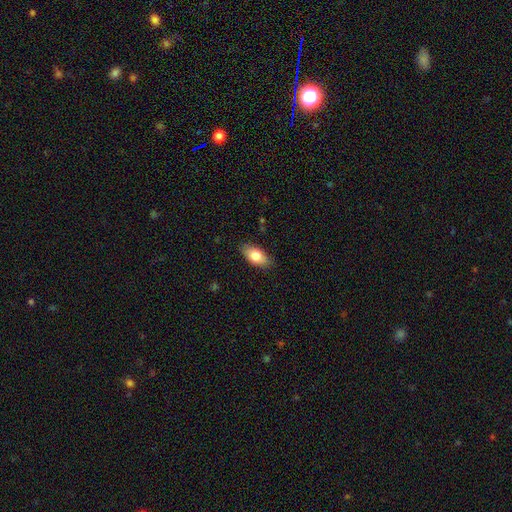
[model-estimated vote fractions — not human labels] smooth-or-featured: smooth: 77% | featured or disk: 16% | star or artifact: 7%
  how-rounded: in between: 90% | cigar-shaped: 6% | round: 4%
  merging: none: 85% | minor disturbance: 12% | major disturbance: 2% | merger: 1%